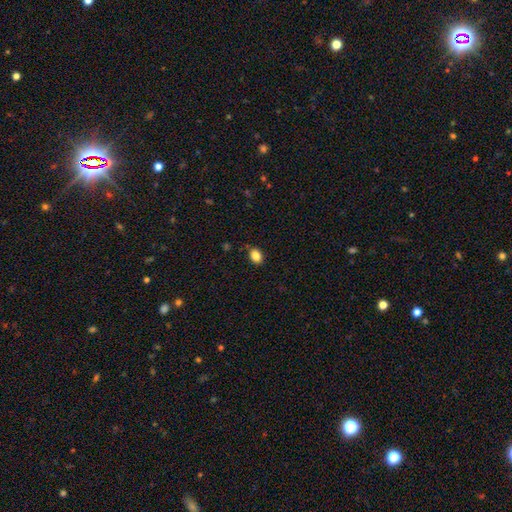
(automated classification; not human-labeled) Smooth or featured? smooth (85%)
How rounded? in between (70%)
Merging? none (82%)